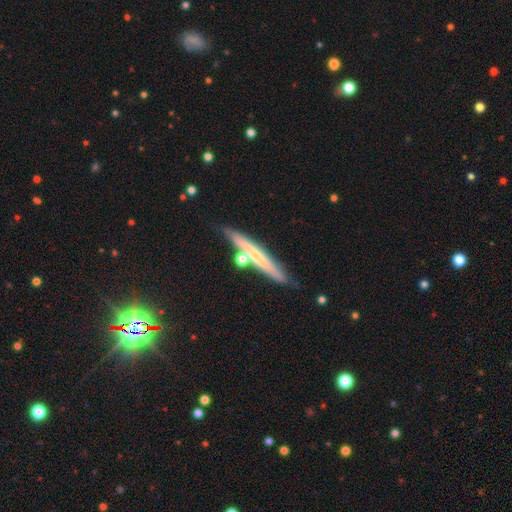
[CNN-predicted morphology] featured or disk 49%, smooth 44%, star or artifact 8%. Down the decision tree: merging — none (70%).